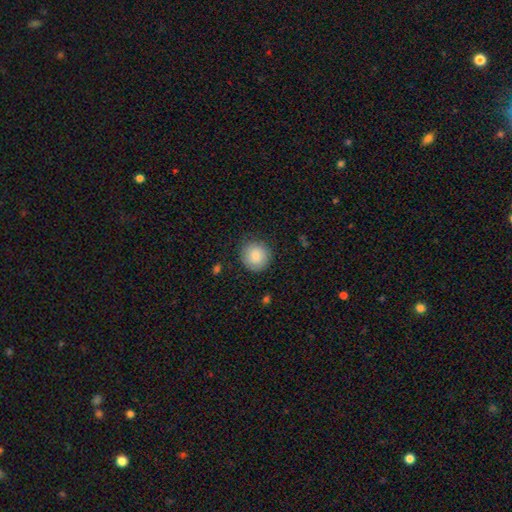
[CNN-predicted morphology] A smooth galaxy with no disk features (84%) that is round (90%).

Vote fractions:
- Smooth or featured? smooth: 84% / featured or disk: 9% / star or artifact: 7%
- How rounded? round: 90% / in between: 9% / cigar-shaped: 1%
- Merging? none: 83% / minor disturbance: 13% / major disturbance: 3% / merger: 1%